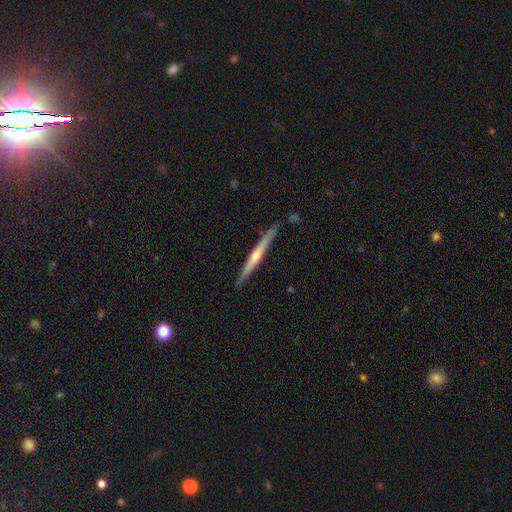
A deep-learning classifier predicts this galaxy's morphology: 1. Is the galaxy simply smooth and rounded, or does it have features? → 72% featured or disk, 22% smooth, 6% star or artifact.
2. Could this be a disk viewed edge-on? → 98% yes, 2% no.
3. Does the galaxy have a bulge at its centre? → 73% rounded, 22% none, 5% boxy.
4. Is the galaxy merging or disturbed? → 89% none, 8% minor disturbance, 2% merger, 1% major disturbance.